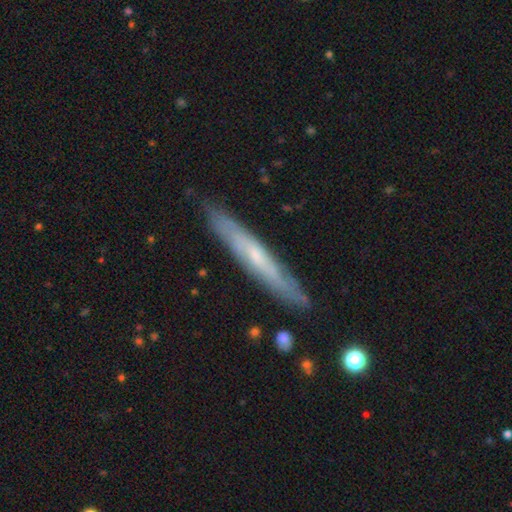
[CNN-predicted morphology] This appears to be a featured or disk galaxy (59%) viewed edge-on (80%). Merging: none (86%).